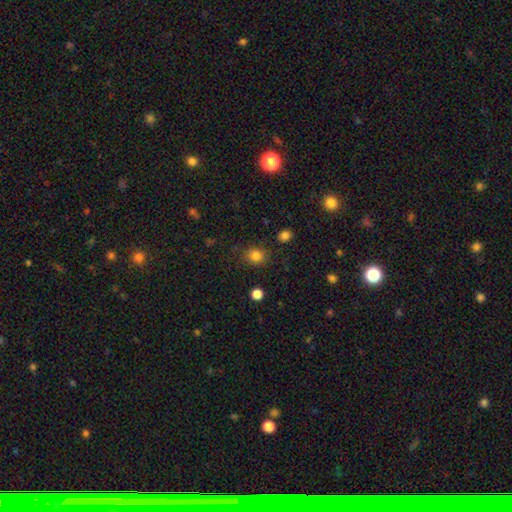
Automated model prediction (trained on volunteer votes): A smooth galaxy with no disk features (83%) that is round (72%).

Vote fractions:
- Smooth or featured? smooth: 83% / star or artifact: 12% / featured or disk: 5%
- How rounded? round: 72% / in between: 27% / cigar-shaped: 1%
- Merging? none: 83% / minor disturbance: 11% / major disturbance: 4% / merger: 2%